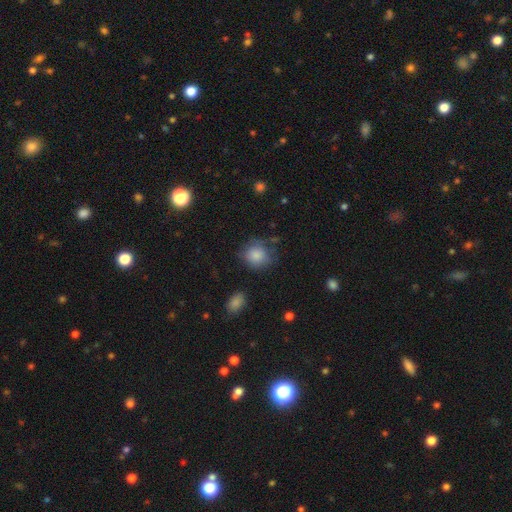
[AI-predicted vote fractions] smooth_or_featured: smooth (p=0.84) [alt: featured or disk p=0.08]
how_rounded: round (p=0.80) [alt: in between p=0.19]
merging: none (p=0.62) [alt: minor disturbance p=0.24]